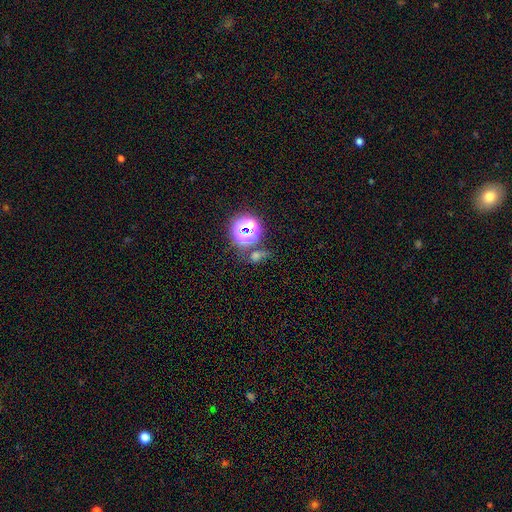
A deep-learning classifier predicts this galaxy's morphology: type=smooth (46%); merging=none (58%).